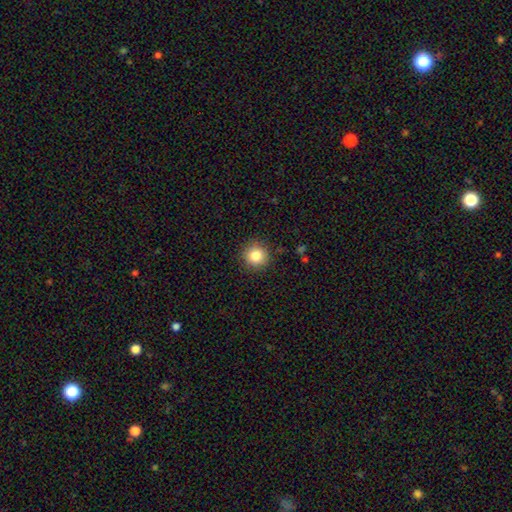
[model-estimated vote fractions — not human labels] The model was most divided on "smooth or featured": smooth: 84%, star or artifact: 10%, featured or disk: 6%. More confident: how rounded — round (95%); merging — none (90%).